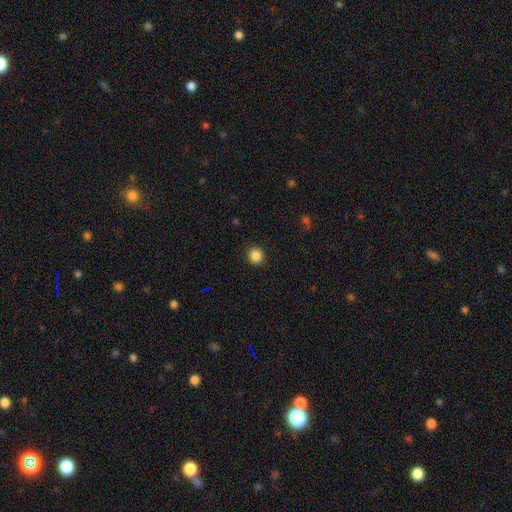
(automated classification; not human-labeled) Overall: smooth (86%). How rounded: round (93%). Merging: none (92%).